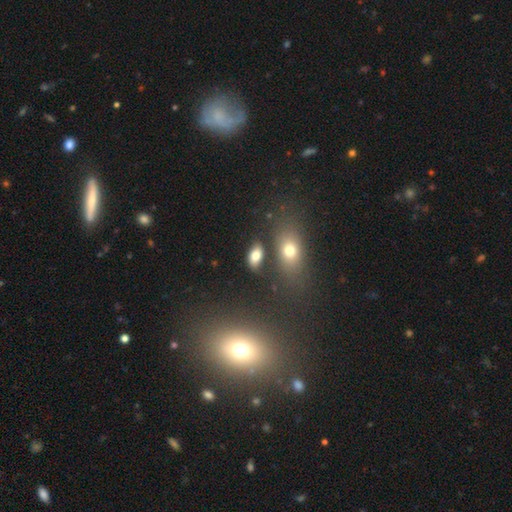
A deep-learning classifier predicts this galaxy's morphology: Overall: smooth (79%). How rounded: in between (89%). Merging: none (73%).